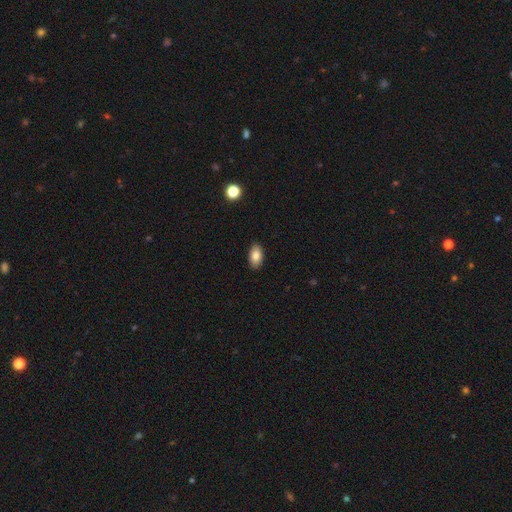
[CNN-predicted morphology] Smooth or featured: smooth — 84% (featured or disk — 9%)
How rounded: in between — 93% (round — 5%)
Merging: none — 89% (minor disturbance — 8%)